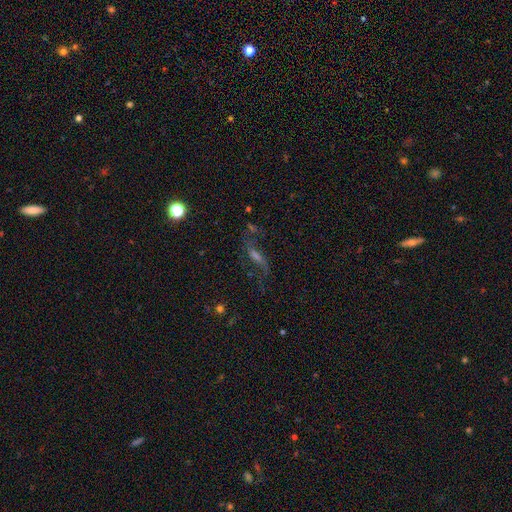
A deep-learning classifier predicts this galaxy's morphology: A featured or disk galaxy (65%) with a weak bar (44%), spiral arms (86%) and a moderate central bulge (34%, tied with small). Merging: none (62%).